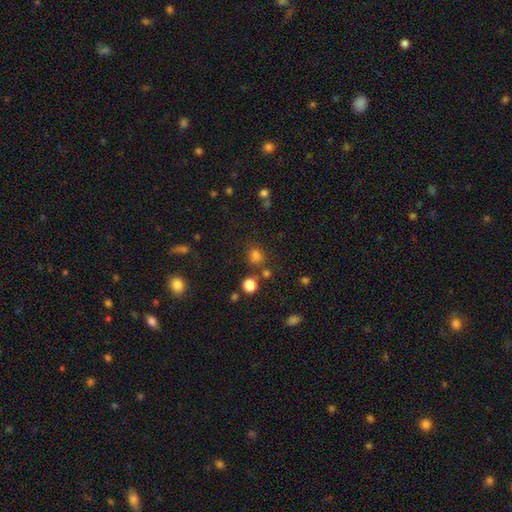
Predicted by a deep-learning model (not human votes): Overall: smooth (75%). How rounded: round (76%). Merging: none (74%).